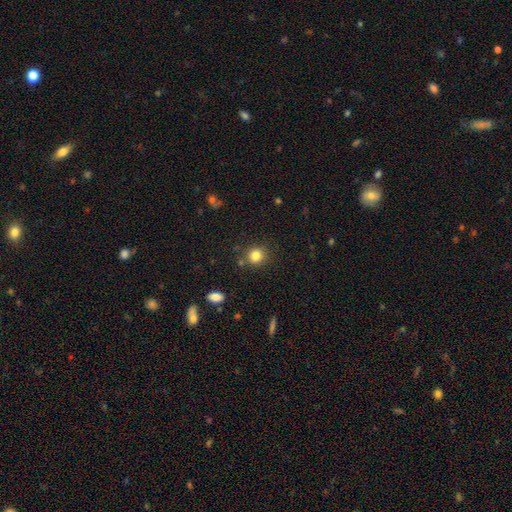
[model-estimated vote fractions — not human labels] This appears to be a smooth galaxy with no disk features (82%) that is round (86%). Merging: none (83%).